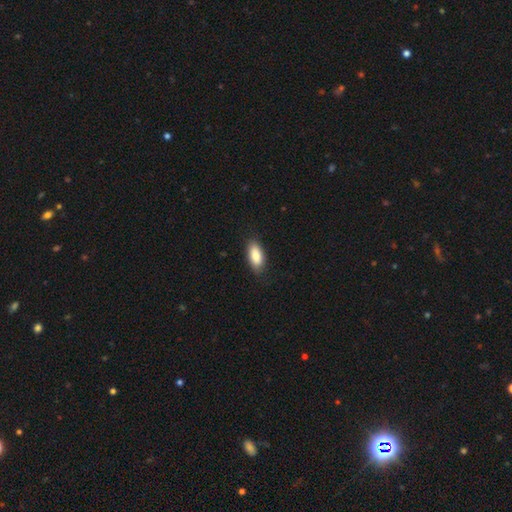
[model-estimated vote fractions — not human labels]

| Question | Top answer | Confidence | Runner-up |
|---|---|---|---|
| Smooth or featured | smooth | 86% | featured or disk (8%) |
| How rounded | in between | 89% | cigar-shaped (9%) |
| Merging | none | 85% | minor disturbance (12%) |